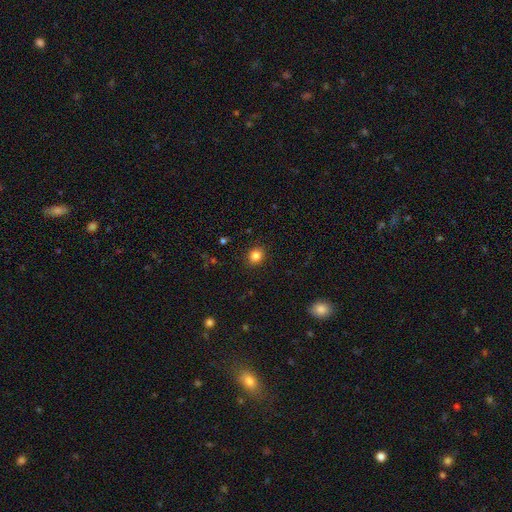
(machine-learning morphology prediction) A smooth galaxy with no disk features (84%) that is round (78%). Merging: none (91%).